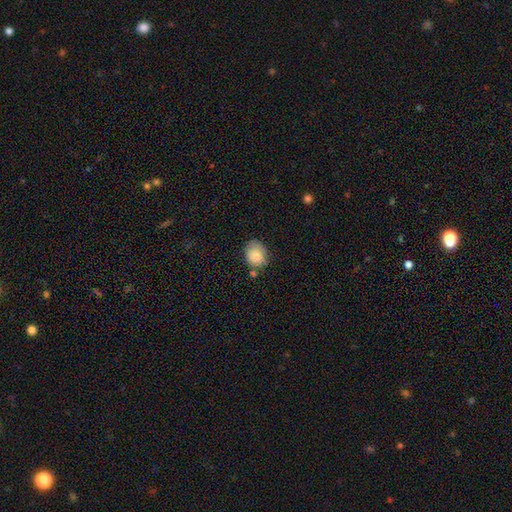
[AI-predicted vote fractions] This is clearly a smooth galaxy (84%). How rounded: possibly round (56%). Merging: likely none (63%).